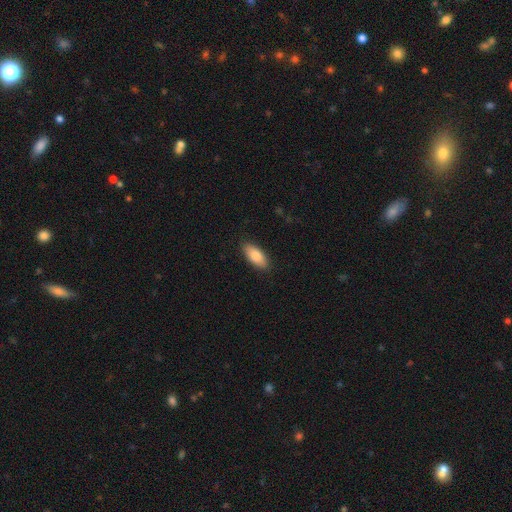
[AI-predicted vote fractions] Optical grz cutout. It shows a smooth galaxy with no disk features (85%) that is in between round and cigar-shaped (87%). Merging: none (87%).